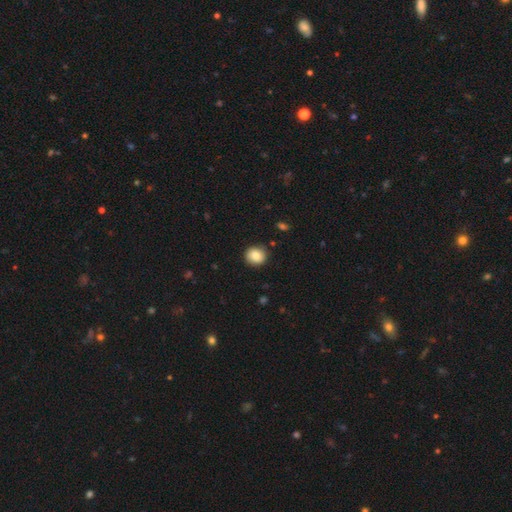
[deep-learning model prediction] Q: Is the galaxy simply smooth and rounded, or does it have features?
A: smooth — 85%.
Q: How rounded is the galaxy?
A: round — 82%.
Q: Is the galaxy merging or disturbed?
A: none — 88%.